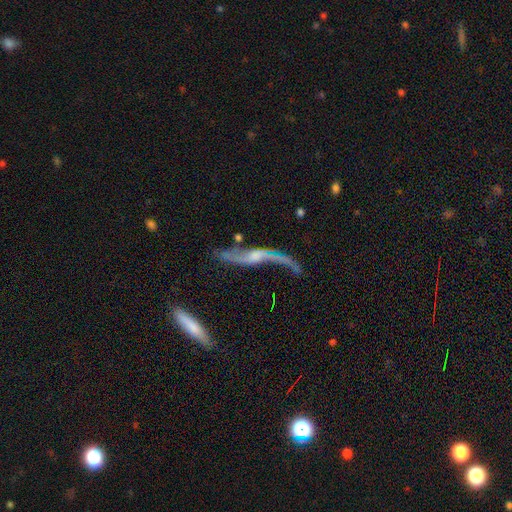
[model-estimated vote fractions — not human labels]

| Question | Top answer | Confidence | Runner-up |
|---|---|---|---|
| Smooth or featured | featured or disk | 84% | smooth (9%) |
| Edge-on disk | no | 64% | yes (36%) |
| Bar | no | 49% | weak (36%) |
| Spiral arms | yes | 91% | no (9%) |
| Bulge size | small | 48% | moderate (29%) |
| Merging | none | 50% | minor disturbance (21%) |